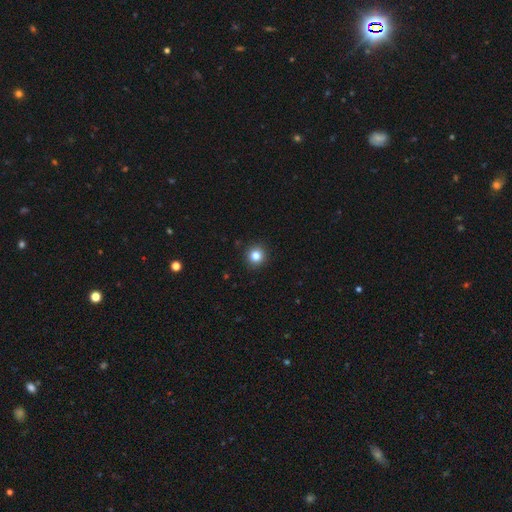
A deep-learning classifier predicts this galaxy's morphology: The model was most divided on "smooth or featured": smooth: 82%, star or artifact: 12%, featured or disk: 6%. More confident: how rounded — round (94%); merging — none (93%).